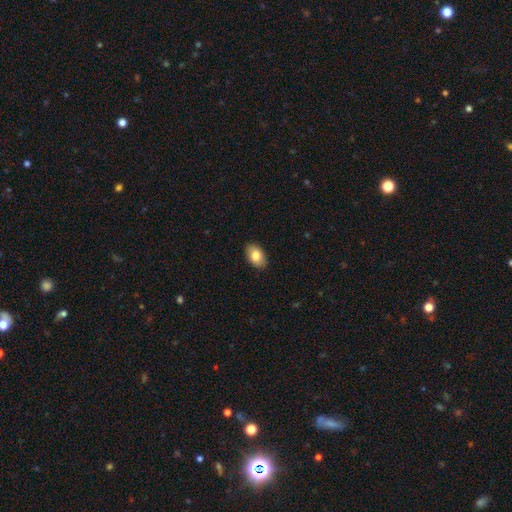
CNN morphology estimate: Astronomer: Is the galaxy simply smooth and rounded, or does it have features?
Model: smooth — 83%.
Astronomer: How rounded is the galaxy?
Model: in between — 89%.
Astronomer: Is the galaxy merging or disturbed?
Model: none — 89%.